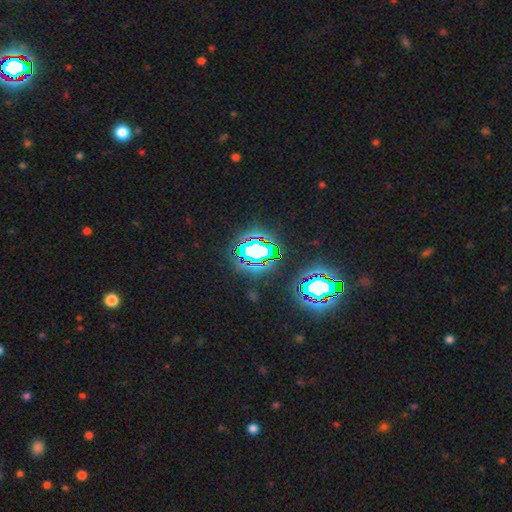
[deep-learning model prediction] Smooth or featured?
  - star or artifact: 82% *
  - smooth: 11%
  - featured or disk: 7%